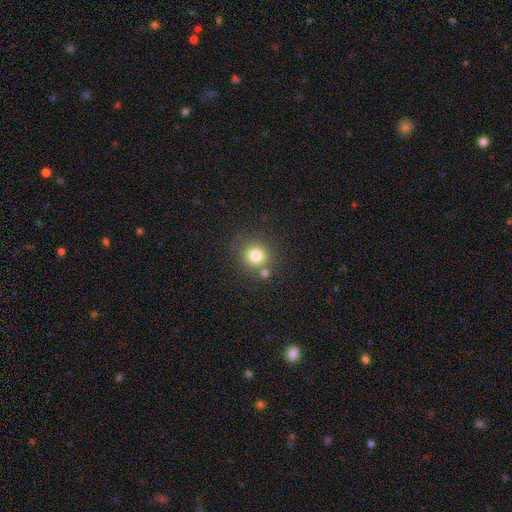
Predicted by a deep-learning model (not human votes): Q: Smooth or featured?
A: smooth (78%); runner-up: star or artifact (13%)
Q: How rounded?
A: round (91%); runner-up: in between (8%)
Q: Merging?
A: none (72%); runner-up: merger (15%)